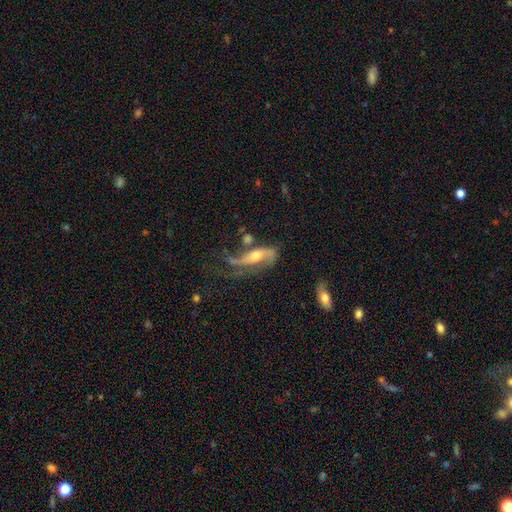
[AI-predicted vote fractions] Morphology: type=featured or disk (72%); edge-on=no (77%); bar=no (54%); spiral arms=yes (81%); bulge=moderate (62%); merging=major disturbance (36%).